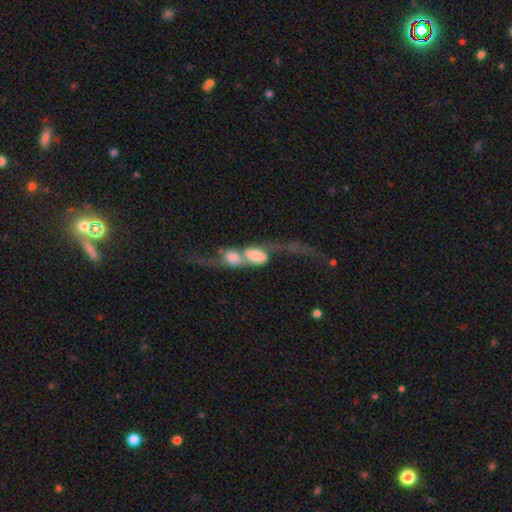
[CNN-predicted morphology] Smooth or featured? featured or disk (59%)
Edge-on disk? no (82%)
Merging? merger (82%)